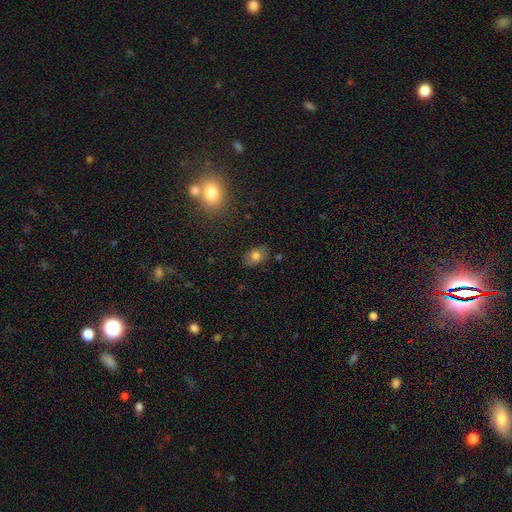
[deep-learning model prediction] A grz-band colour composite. It shows a smooth galaxy with no disk features (76%) that is in between round and cigar-shaped (80%). Merging: none (82%).